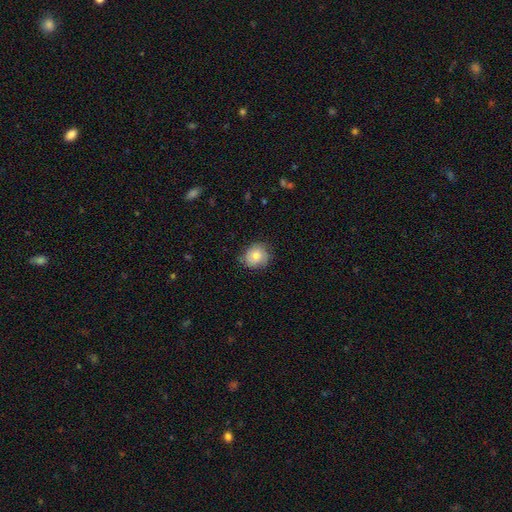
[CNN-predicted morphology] type=smooth (67%); roundness=round (79%); merging=none (73%).